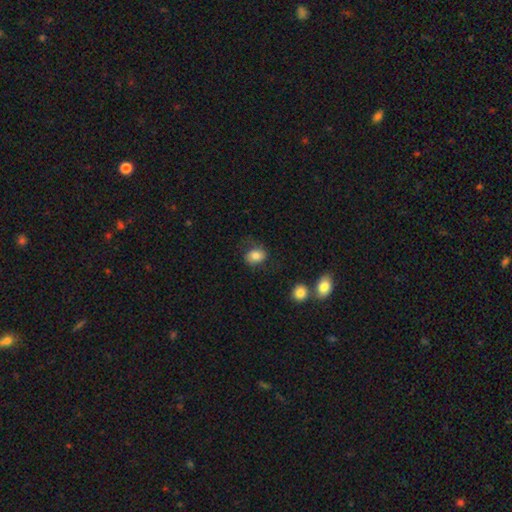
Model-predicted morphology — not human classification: Smooth or featured? smooth (78%)
How rounded? in between (54%)
Merging? none (65%)